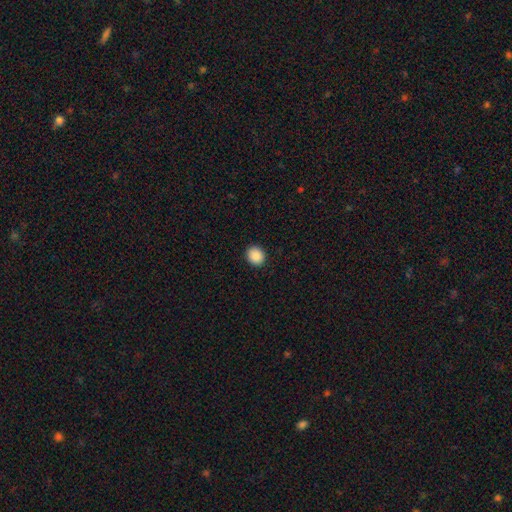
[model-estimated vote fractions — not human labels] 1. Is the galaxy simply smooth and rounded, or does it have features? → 89% smooth, 8% star or artifact, 2% featured or disk.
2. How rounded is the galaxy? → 71% round, 28% in between, 1% cigar-shaped.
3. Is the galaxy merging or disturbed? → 91% none, 6% minor disturbance, 2% major disturbance, 1% merger.